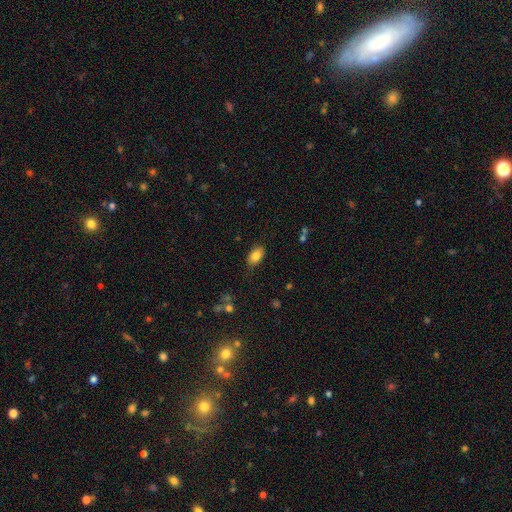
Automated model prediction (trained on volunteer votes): Smooth or featured? Predicted: smooth (p=0.83). How rounded? Predicted: in between (p=0.89). Merging? Predicted: none (p=0.82).